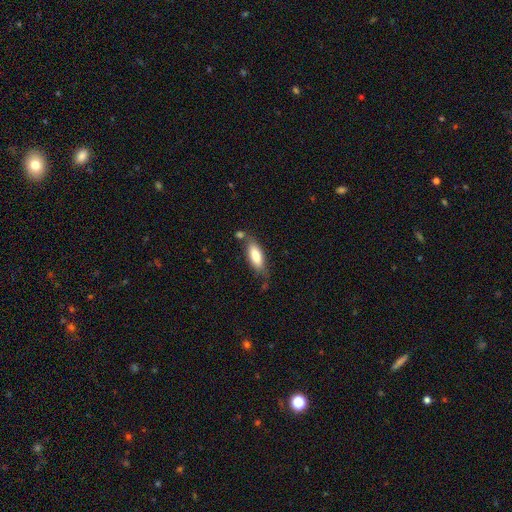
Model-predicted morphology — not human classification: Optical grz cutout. It shows a smooth galaxy with no disk features (78%) that is in between round and cigar-shaped (68%). Merging: none (60%).